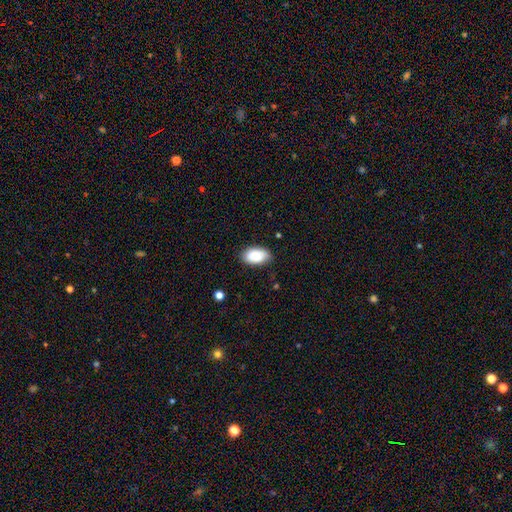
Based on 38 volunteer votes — Q: Smooth or featured?
A: smooth (89%); runner-up: featured or disk (5%)
Q: How rounded?
A: in between (94%); runner-up: round (6%)
Q: Merging?
A: none (72%); runner-up: minor disturbance (28%)